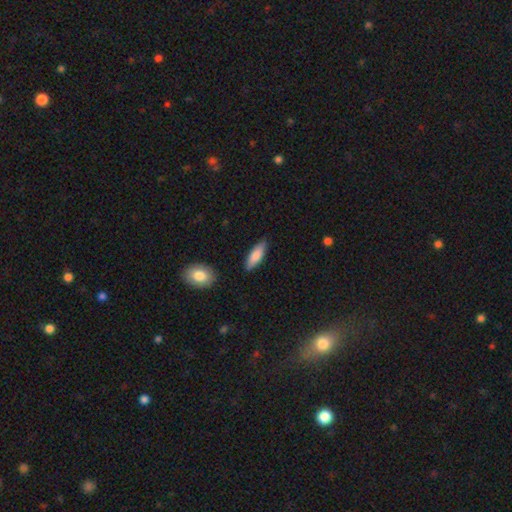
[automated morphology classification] The model was most divided on "how rounded": in between: 56%, cigar-shaped: 42%, round: 2%. More confident: merging — none (85%); smooth or featured — smooth (82%).